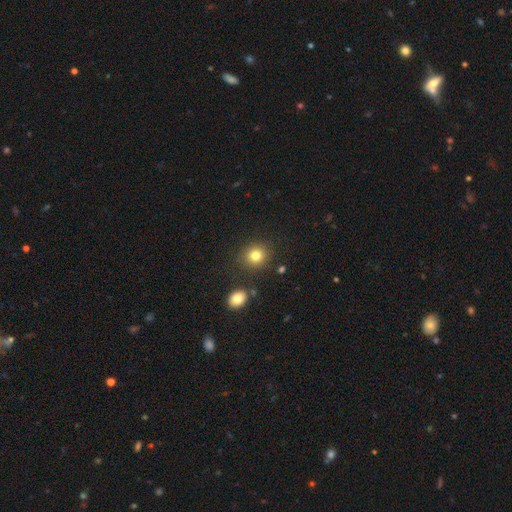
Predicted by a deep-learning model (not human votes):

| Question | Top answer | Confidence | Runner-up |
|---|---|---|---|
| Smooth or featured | smooth | 81% | star or artifact (12%) |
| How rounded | round | 84% | in between (15%) |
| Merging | none | 86% | minor disturbance (8%) |